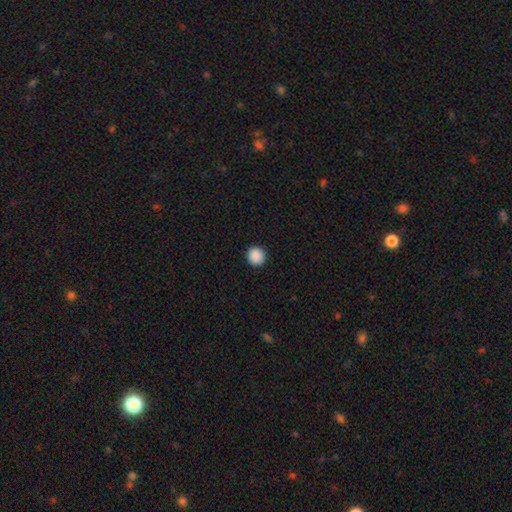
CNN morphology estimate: Smooth or featured: smooth — 90% (star or artifact — 8%)
How rounded: round — 95% (in between — 5%)
Merging: none — 93% (minor disturbance — 4%)